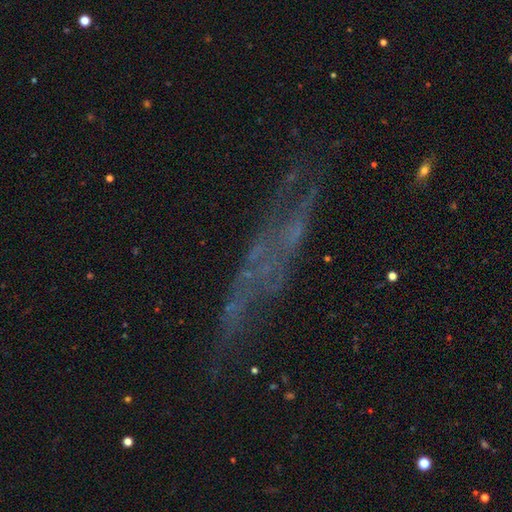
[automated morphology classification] The model was most divided on "smooth or featured": featured or disk: 50%, star or artifact: 27%, smooth: 24%. More confident: merging — none (58%).